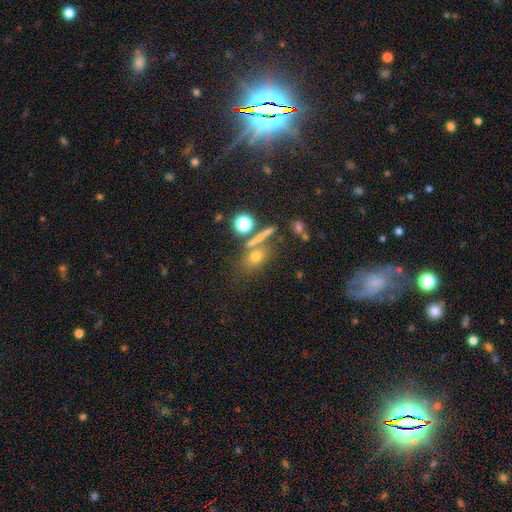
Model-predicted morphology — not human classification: This appears to be a smooth galaxy with no disk features (55%) that is in between round and cigar-shaped (47%). Merging: none (61%).